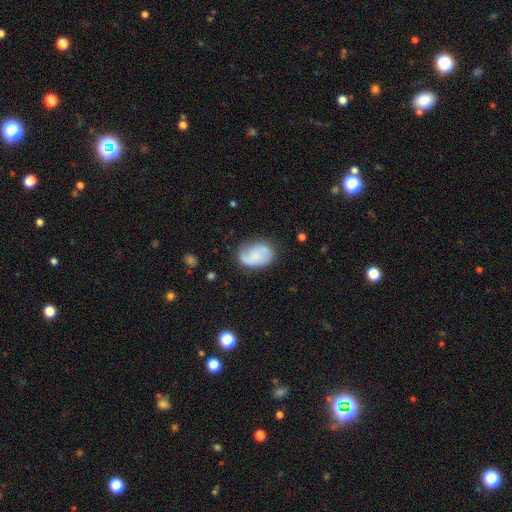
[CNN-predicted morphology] Smooth or featured: smooth — 49% (featured or disk — 43%)
Merging: none — 59% (minor disturbance — 27%)